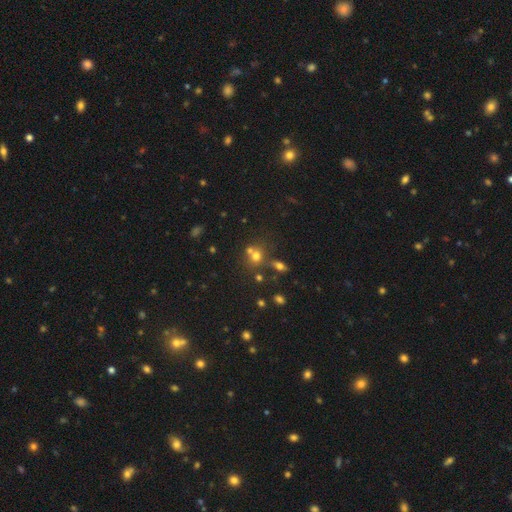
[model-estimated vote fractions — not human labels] This is likely a smooth galaxy (62%). How rounded: likely round (78%). Merging: possibly none (49%).